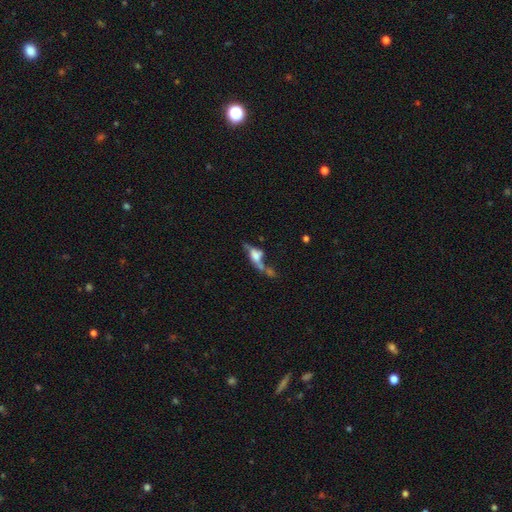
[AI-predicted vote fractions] This is possibly a featured or disk galaxy (55%). It is possibly viewed edge-on (55%). Merging: marginally merger (36%).